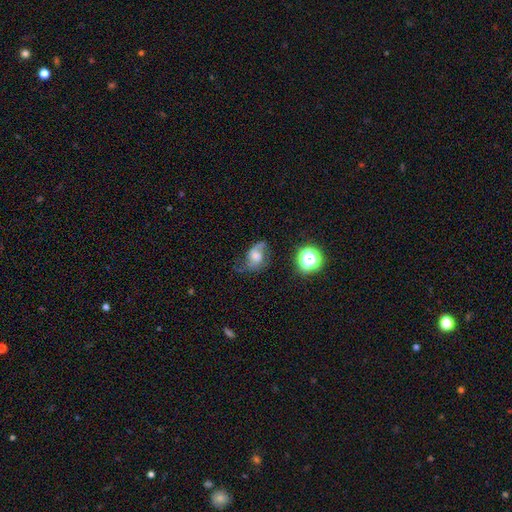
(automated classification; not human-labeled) The model was most divided on "smooth or featured": featured or disk: 51%, smooth: 36%, star or artifact: 13%. Remaining: edge-on disk — no (96%); merging — none (47%).